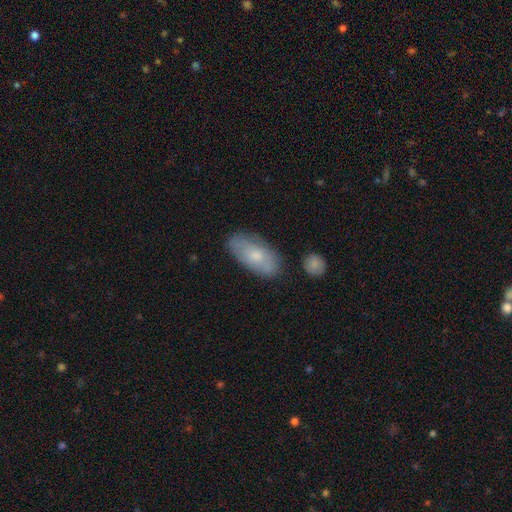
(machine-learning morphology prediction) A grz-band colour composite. It shows a smooth galaxy with no disk features (64%) that is in between round and cigar-shaped (90%). Merging: none (73%).